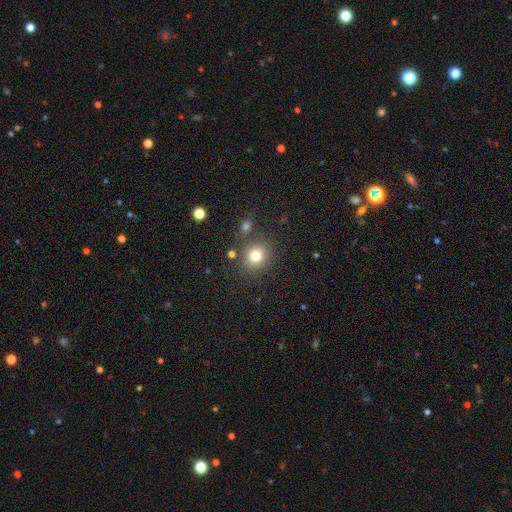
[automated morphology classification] This appears to be a smooth galaxy with no disk features (78%) that is round (82%). Merging: none (80%).